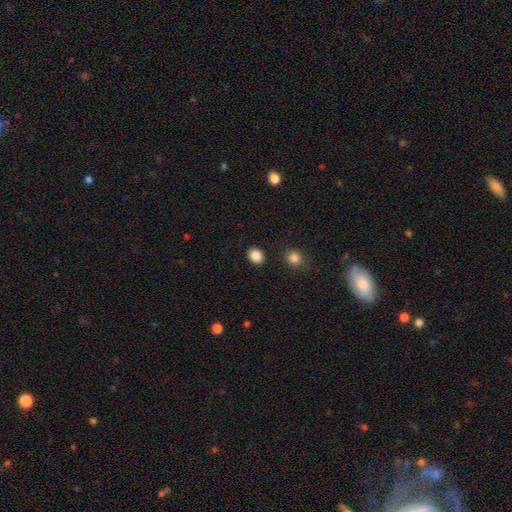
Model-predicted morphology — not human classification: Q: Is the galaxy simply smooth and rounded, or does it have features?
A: smooth — 87%.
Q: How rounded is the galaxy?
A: round — 63%.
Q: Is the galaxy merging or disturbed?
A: none — 89%.